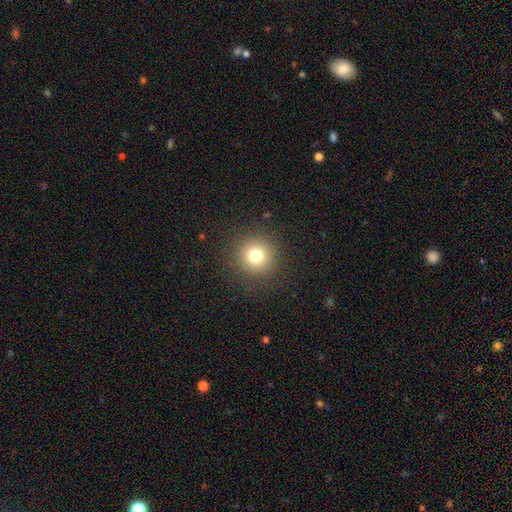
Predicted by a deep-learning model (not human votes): smooth 76%, star or artifact 15%, featured or disk 9%. Down the decision tree: how rounded — round (95%); merging — none (90%).